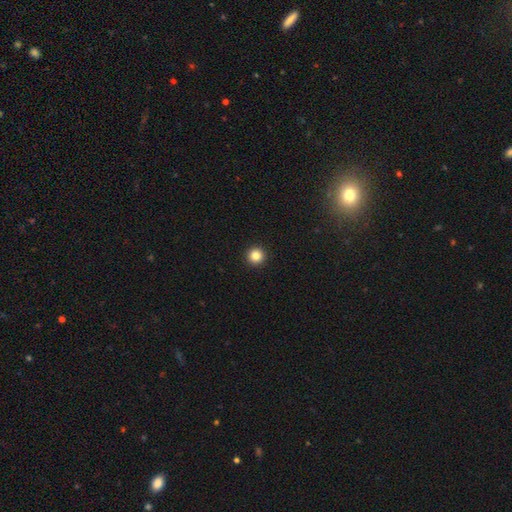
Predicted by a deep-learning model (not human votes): The model was most divided on "smooth or featured": smooth: 85%, star or artifact: 11%, featured or disk: 4%. More confident: how rounded — round (96%); merging — none (94%).